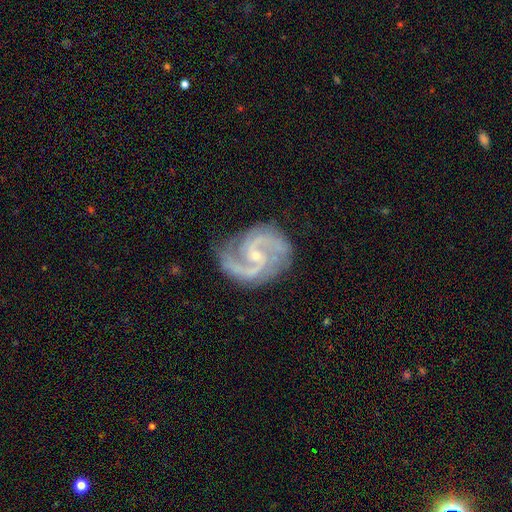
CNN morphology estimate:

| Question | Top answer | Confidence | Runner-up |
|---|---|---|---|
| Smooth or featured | featured or disk | 93% | star or artifact (4%) |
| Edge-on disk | no | 98% | yes (2%) |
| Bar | weak | 46% | no (41%) |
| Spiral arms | yes | 98% | no (2%) |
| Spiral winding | medium | 63% | tight (21%) |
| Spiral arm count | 2 | 86% | 3 (6%) |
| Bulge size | small | 72% | moderate (23%) |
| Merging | none | 77% | minor disturbance (17%) |